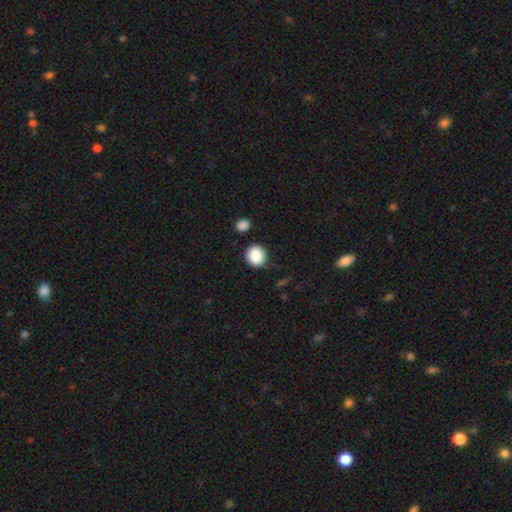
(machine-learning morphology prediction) Overall: smooth (88%). How rounded: round (85%). Merging: none (81%).